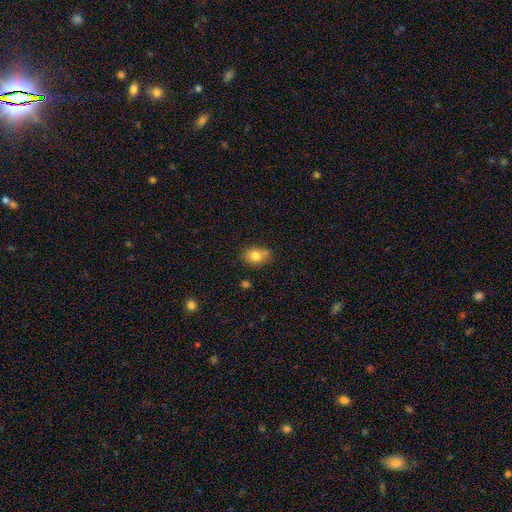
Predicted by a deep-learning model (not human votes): Overall: smooth (80%). How rounded: in between (56%; round 43%). Merging: none (65%).